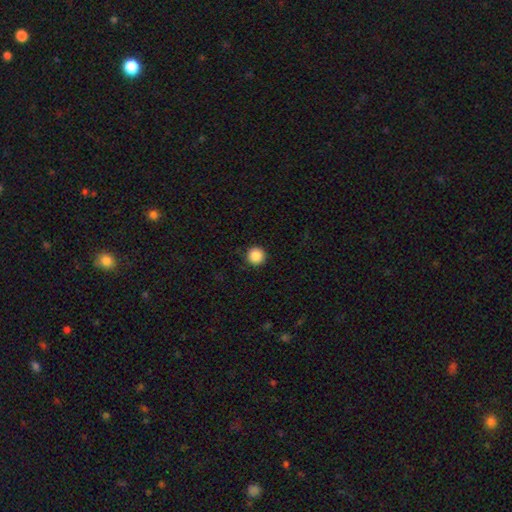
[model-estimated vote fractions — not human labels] A smooth galaxy with no disk features (87%) that is round (96%).

Vote fractions:
- Smooth or featured? smooth: 87% / star or artifact: 10% / featured or disk: 3%
- How rounded? round: 96% / in between: 3% / cigar-shaped: 1%
- Merging? none: 92% / minor disturbance: 5% / major disturbance: 2% / merger: 1%